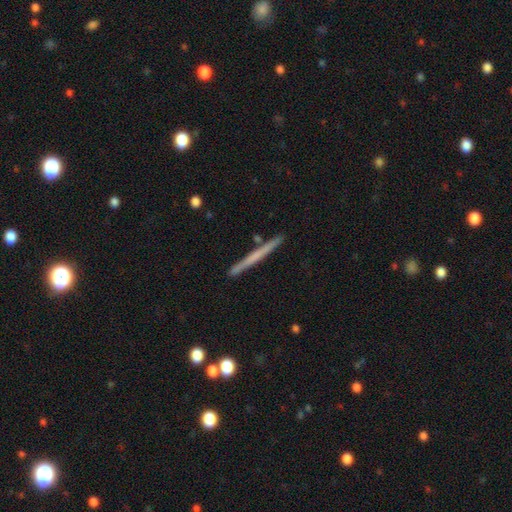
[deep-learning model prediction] Smooth or featured: featured or disk — 52% (smooth — 42%)
Edge-on disk: yes — 97% (no — 3%)
Edge-on bulge: none — 84% (rounded — 11%)
Merging: none — 90% (minor disturbance — 7%)